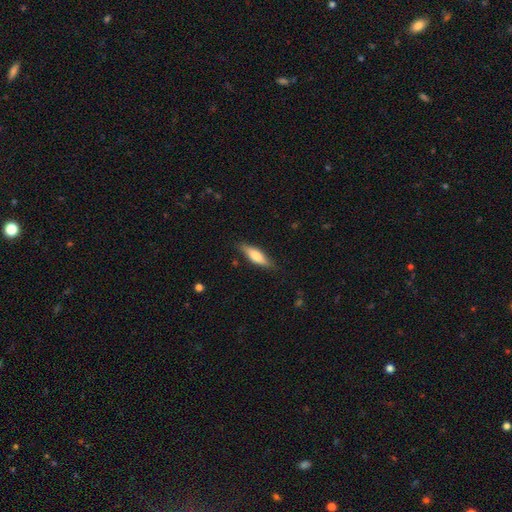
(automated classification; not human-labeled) This appears to be a smooth galaxy with no disk features (63%) that is cigar-shaped (55%). Merging: none (81%).